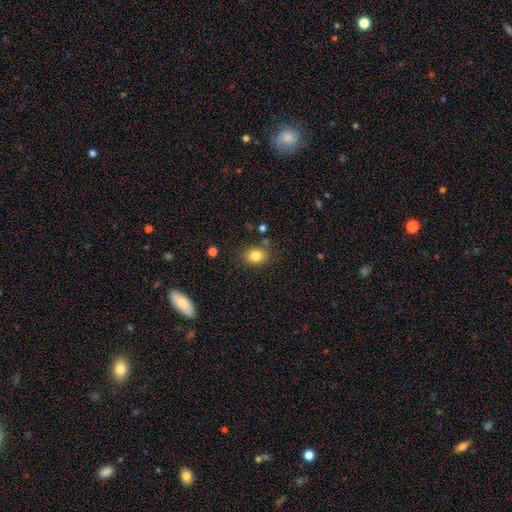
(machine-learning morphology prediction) The model was most divided on "how rounded": in between: 50%, round: 49%, cigar-shaped: 1%. More confident: smooth or featured — smooth (83%); merging — none (81%).